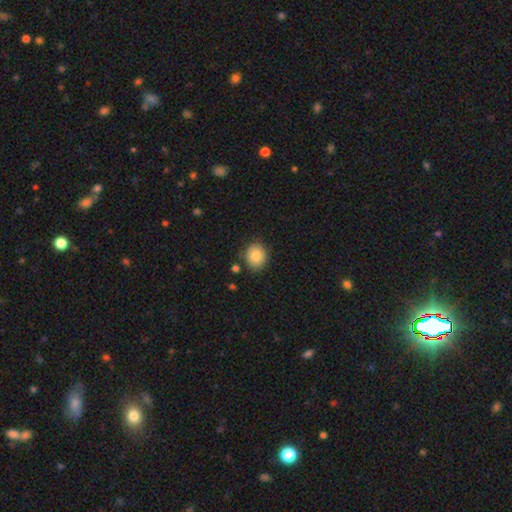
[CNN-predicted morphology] Smooth or featured? Predicted: smooth (p=0.84). How rounded? Predicted: round (p=0.74). Merging? Predicted: none (p=0.83).